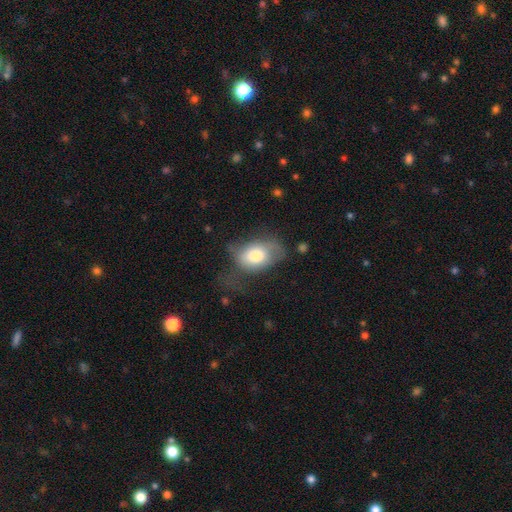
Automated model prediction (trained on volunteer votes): Smooth or featured?
  - smooth: 72% *
  - featured or disk: 21%
  - star or artifact: 8%
How rounded?
  - in between: 79% *
  - round: 20%
  - cigar-shaped: 1%
Merging?
  - major disturbance: 33% *
  - none: 32%
  - minor disturbance: 32%
  - merger: 3%